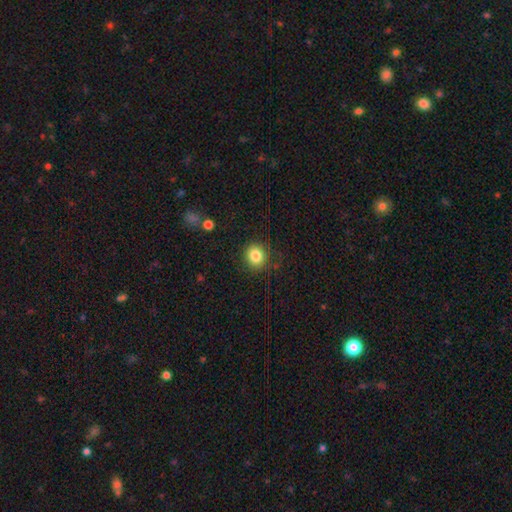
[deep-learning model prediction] A smooth galaxy with no disk features (84%) that is round (84%). Merging: none (87%).